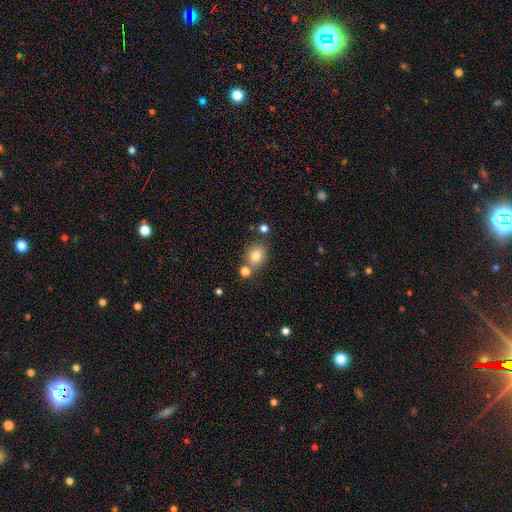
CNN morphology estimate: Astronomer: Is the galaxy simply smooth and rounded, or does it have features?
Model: smooth — 80%.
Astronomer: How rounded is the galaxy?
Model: round — 66%.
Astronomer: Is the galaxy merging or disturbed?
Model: none — 69%.